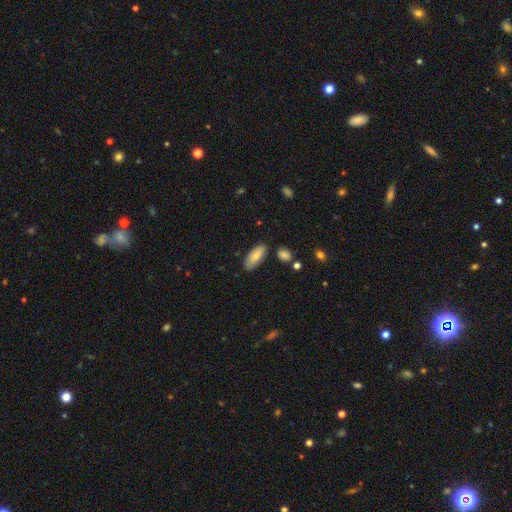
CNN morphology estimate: The model was most divided on "smooth or featured": smooth: 78%, featured or disk: 15%, star or artifact: 7%. More confident: how rounded — in between (81%); merging — none (79%).